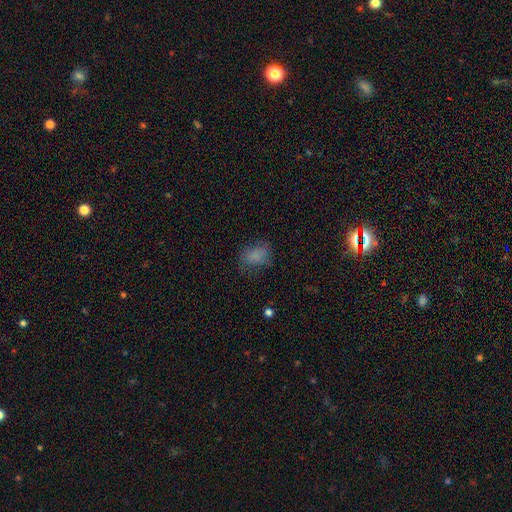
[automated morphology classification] type=smooth (77%); roundness=in between (73%); merging=none (64%).